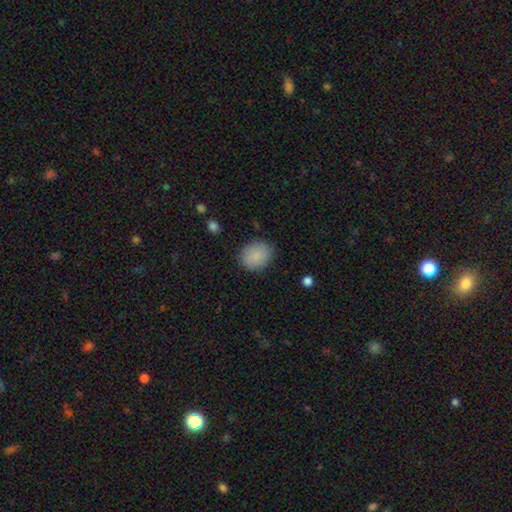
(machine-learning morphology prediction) Smooth or featured? smooth (87%)
How rounded? round (67%)
Merging? none (84%)